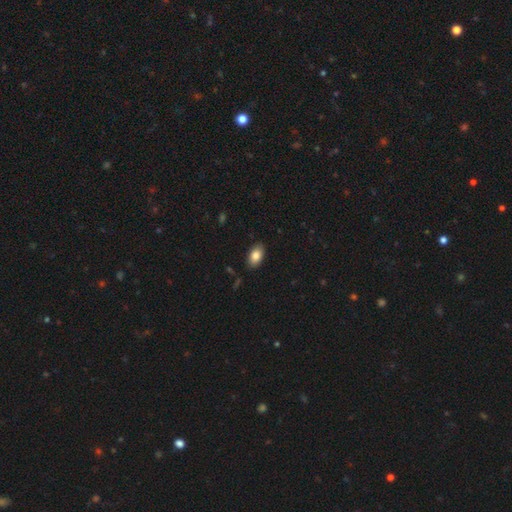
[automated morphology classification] smooth-or-featured: smooth: 84% | featured or disk: 8% | star or artifact: 7%
  how-rounded: in between: 92% | round: 6% | cigar-shaped: 2%
  merging: none: 88% | minor disturbance: 9% | major disturbance: 2% | merger: 1%